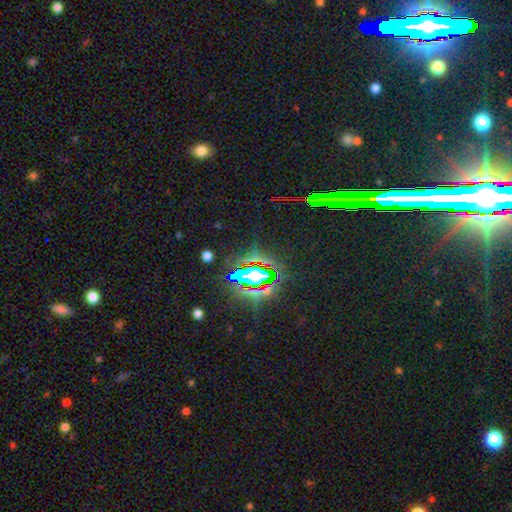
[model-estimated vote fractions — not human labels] This appears to be a star or artifact, not a galaxy (79%).